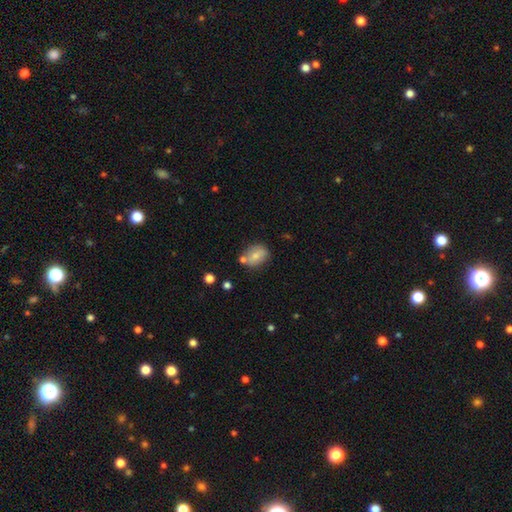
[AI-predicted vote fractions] This is likely a smooth galaxy (68%). How rounded: likely in between (67%). Merging: likely none (63%).